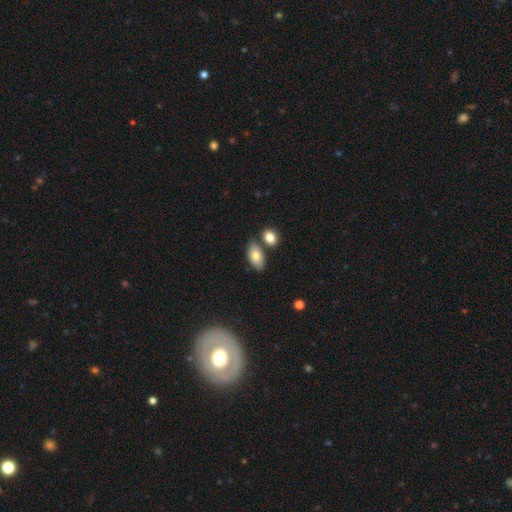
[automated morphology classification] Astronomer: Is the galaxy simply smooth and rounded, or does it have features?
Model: smooth — 78%.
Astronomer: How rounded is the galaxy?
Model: in between — 91%.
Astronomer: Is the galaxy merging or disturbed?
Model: none — 66%.